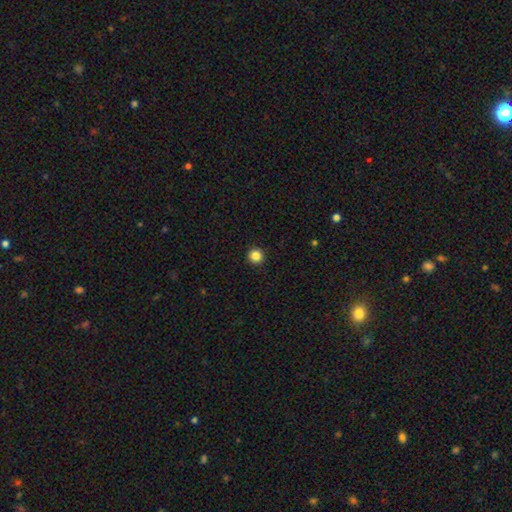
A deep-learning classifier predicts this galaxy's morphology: The model was most divided on "smooth or featured": smooth: 85%, star or artifact: 11%, featured or disk: 4%. More confident: how rounded — round (96%); merging — none (94%).